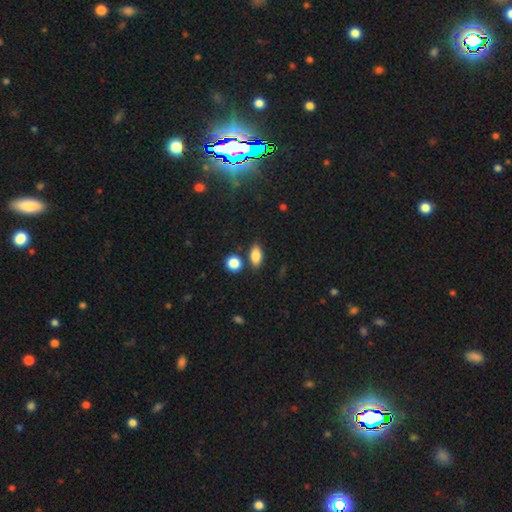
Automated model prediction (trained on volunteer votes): The model was most divided on "merging": none: 80%, minor disturbance: 11%, merger: 7%, major disturbance: 3%. More confident: how rounded — in between (85%); smooth or featured — smooth (83%).